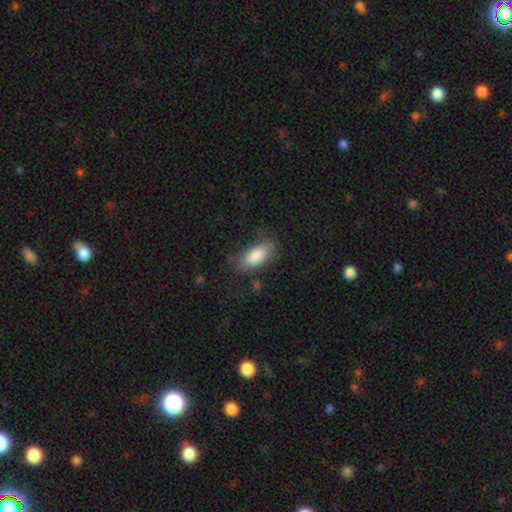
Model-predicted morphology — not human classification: This is clearly a smooth galaxy (83%). How rounded: clearly in between (86%). Merging: likely none (67%).